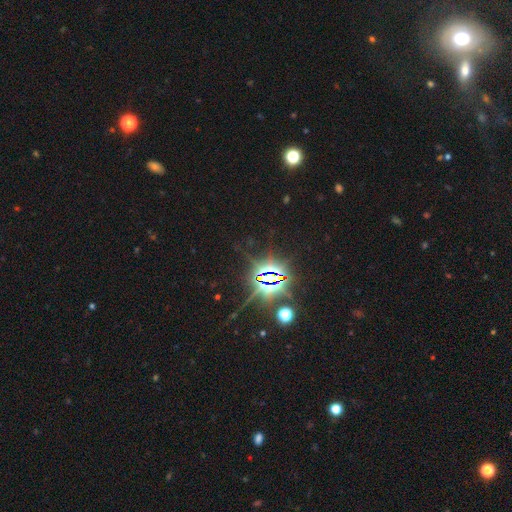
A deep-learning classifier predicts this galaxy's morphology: Smooth or featured: star or artifact — 83% (smooth — 10%)